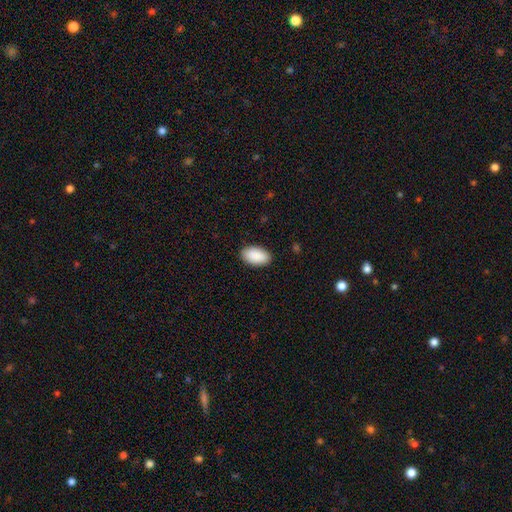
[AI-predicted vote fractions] Smooth or featured? Predicted: smooth (p=0.91). How rounded? Predicted: in between (p=0.95). Merging? Predicted: none (p=0.89).